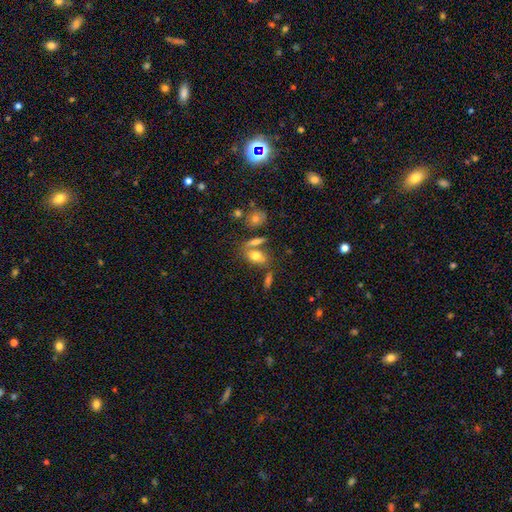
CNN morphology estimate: type=smooth (73%); roundness=in between (82%); merging=none (54%).